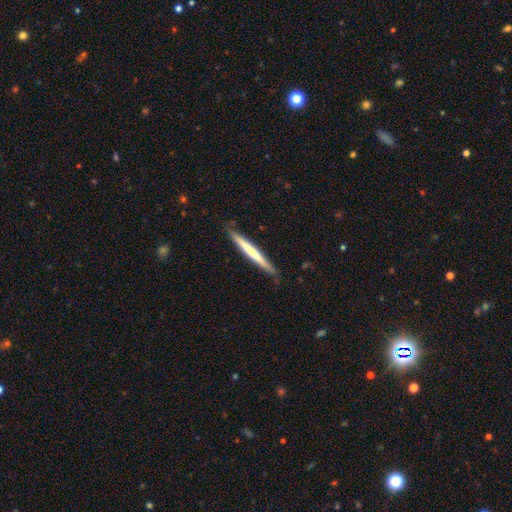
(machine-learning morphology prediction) Overall: smooth (54%; featured or disk 41%). How rounded: cigar-shaped (97%). Merging: none (86%).